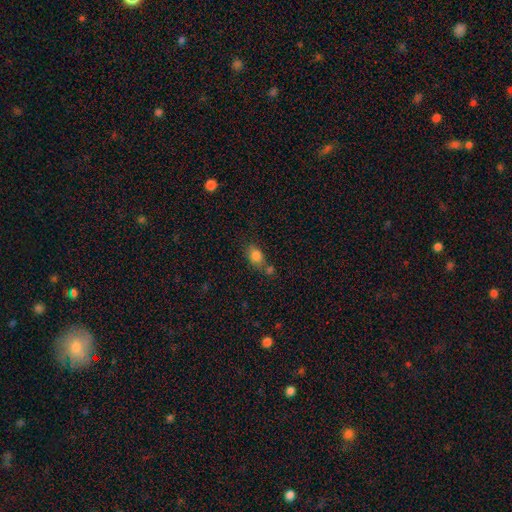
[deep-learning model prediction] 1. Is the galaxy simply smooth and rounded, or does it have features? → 82% smooth, 10% star or artifact, 8% featured or disk.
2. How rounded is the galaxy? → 72% in between, 25% round, 3% cigar-shaped.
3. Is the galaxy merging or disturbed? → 49% none, 29% merger, 16% minor disturbance, 6% major disturbance.